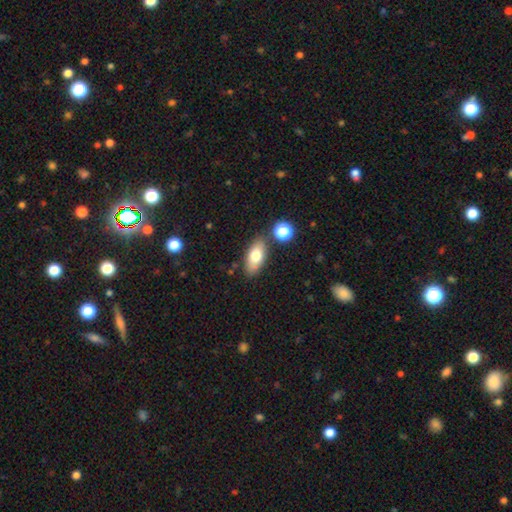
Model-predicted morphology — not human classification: Q: Smooth or featured?
A: smooth (73%); runner-up: featured or disk (19%)
Q: How rounded?
A: in between (84%); runner-up: cigar-shaped (11%)
Q: Merging?
A: none (79%); runner-up: minor disturbance (12%)